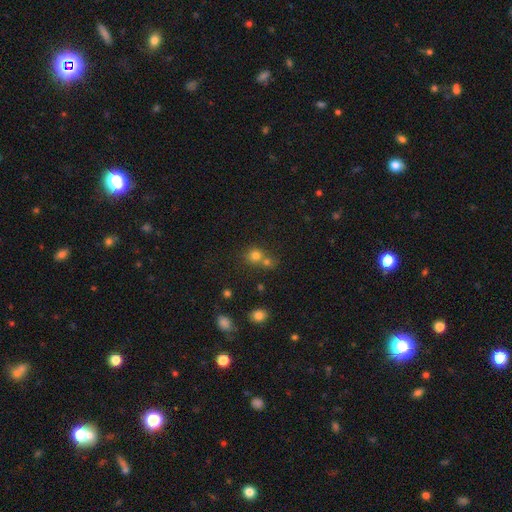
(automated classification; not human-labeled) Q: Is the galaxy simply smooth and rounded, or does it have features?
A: smooth — 75%.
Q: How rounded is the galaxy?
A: round — 84%.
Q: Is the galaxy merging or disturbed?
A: none — 47%.